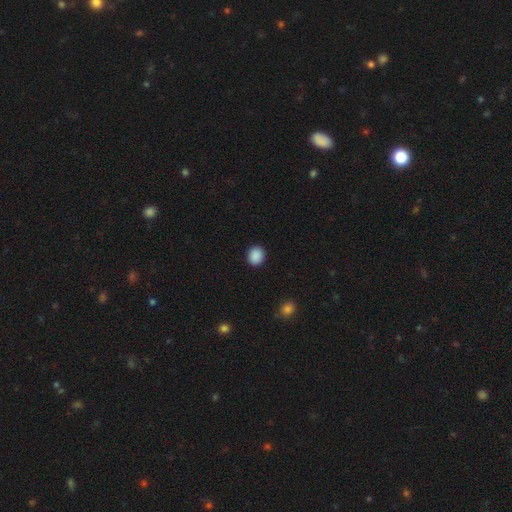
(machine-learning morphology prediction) This appears to be a smooth galaxy with no disk features (89%) that is round (74%). Merging: none (92%).